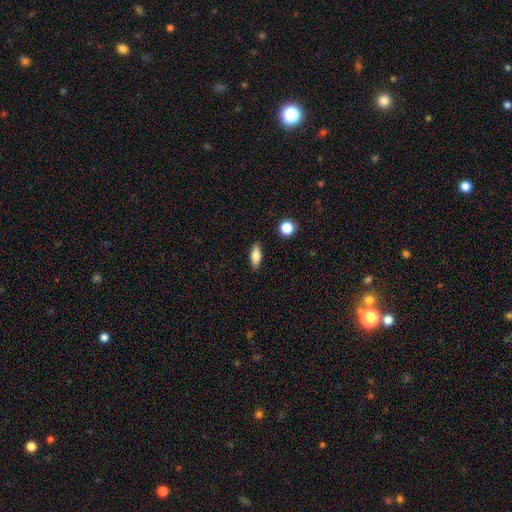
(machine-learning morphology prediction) A smooth galaxy with no disk features (80%) that is in between round and cigar-shaped (76%).

Vote fractions:
- Smooth or featured? smooth: 80% / featured or disk: 13% / star or artifact: 8%
- How rounded? in between: 76% / cigar-shaped: 20% / round: 4%
- Merging? none: 87% / minor disturbance: 9% / major disturbance: 2% / merger: 2%